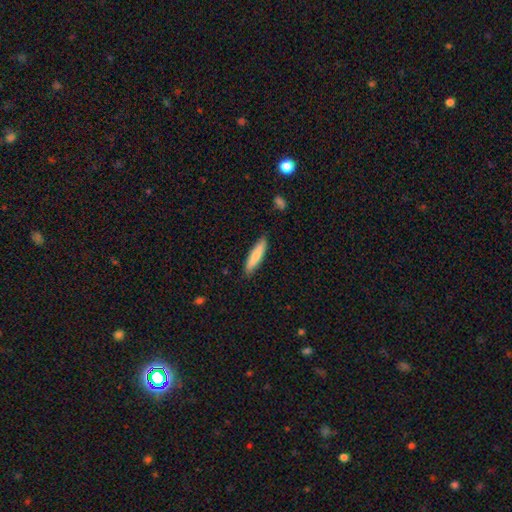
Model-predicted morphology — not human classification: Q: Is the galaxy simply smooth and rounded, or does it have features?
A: smooth — 80%.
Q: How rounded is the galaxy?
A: cigar-shaped — 82%.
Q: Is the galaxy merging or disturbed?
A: none — 87%.